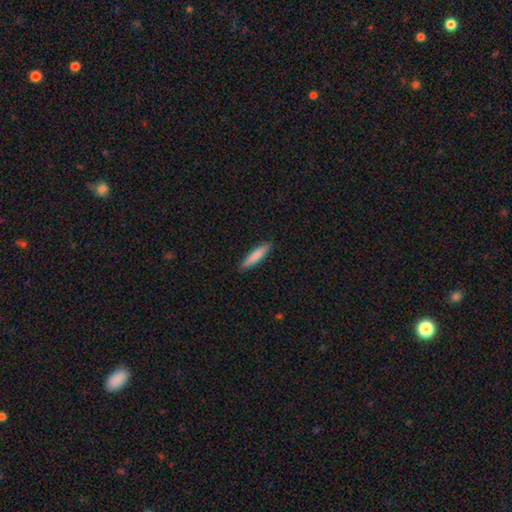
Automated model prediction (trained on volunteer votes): smooth 82%, featured or disk 13%, star or artifact 5%. Down the decision tree: how rounded — cigar-shaped (87%); merging — none (90%).